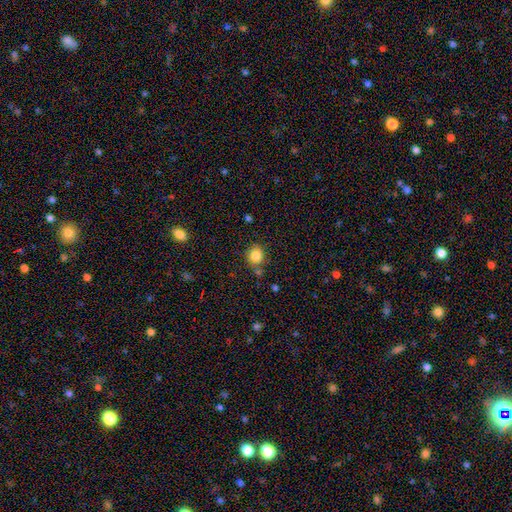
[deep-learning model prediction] Smooth or featured? smooth (83%)
How rounded? round (80%)
Merging? none (72%)